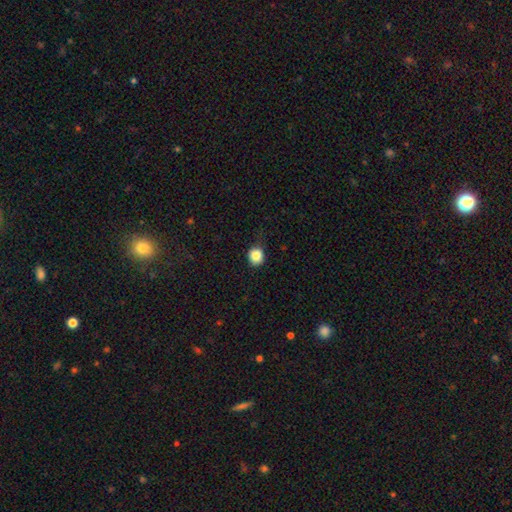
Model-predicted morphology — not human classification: Smooth or featured? Predicted: smooth (p=0.86). How rounded? Predicted: round (p=0.83). Merging? Predicted: none (p=0.71).